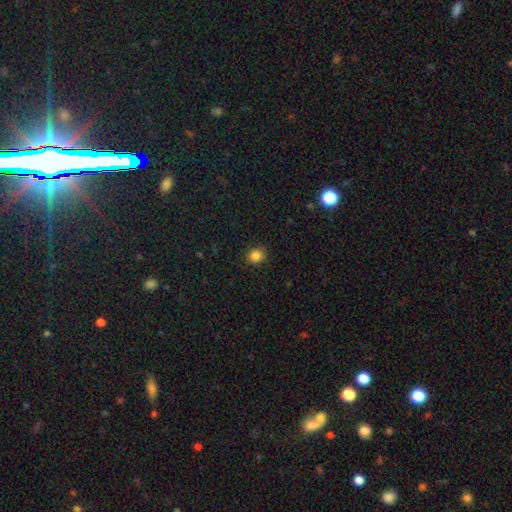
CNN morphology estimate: This is clearly a smooth galaxy (85%). How rounded: likely round (73%). Merging: clearly none (90%).